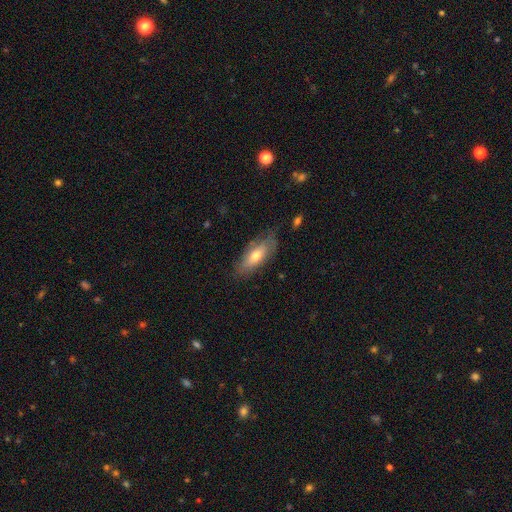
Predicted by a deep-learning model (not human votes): This appears to be a smooth galaxy with no disk features (64%) that is in between round and cigar-shaped (77%). Merging: none (71%).